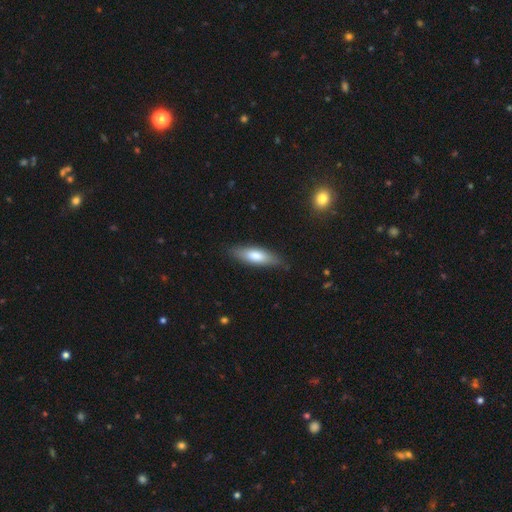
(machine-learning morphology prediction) smooth_or_featured: smooth (p=0.74) [alt: featured or disk p=0.20]
how_rounded: in between (p=0.50) [alt: cigar-shaped p=0.48]
merging: none (p=0.83) [alt: minor disturbance p=0.14]